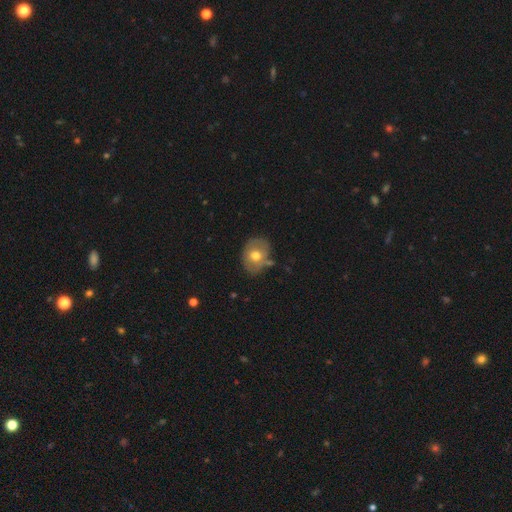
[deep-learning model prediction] Morphology: type=smooth (60%); roundness=in between (52%); merging=none (70%).